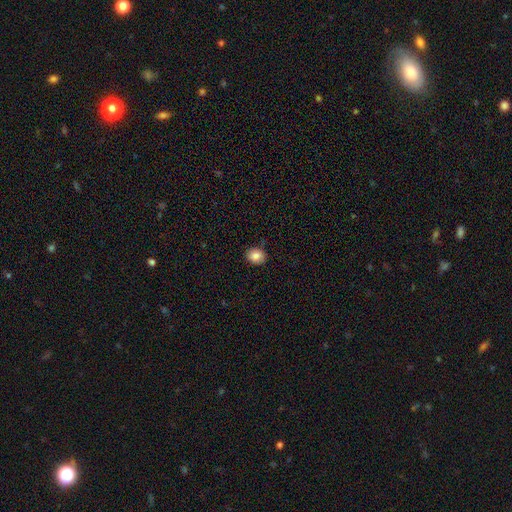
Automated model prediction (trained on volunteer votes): Smooth or featured? Predicted: smooth (p=0.84). How rounded? Predicted: round (p=0.55). Merging? Predicted: none (p=0.89).